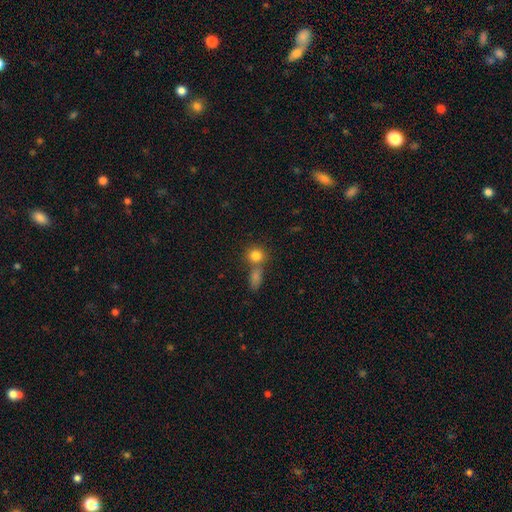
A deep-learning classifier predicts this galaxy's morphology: smooth_or_featured: smooth (p=0.81) [alt: star or artifact p=0.11]
how_rounded: round (p=0.79) [alt: in between p=0.19]
merging: none (p=0.53) [alt: merger p=0.35]